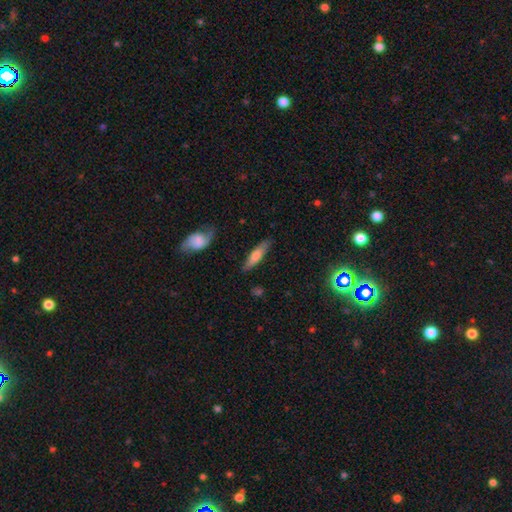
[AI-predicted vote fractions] Smooth or featured?
  - smooth: 63% *
  - featured or disk: 31%
  - star or artifact: 6%
How rounded?
  - cigar-shaped: 71% *
  - in between: 27%
  - round: 2%
Merging?
  - none: 82% *
  - minor disturbance: 13%
  - major disturbance: 3%
  - merger: 2%